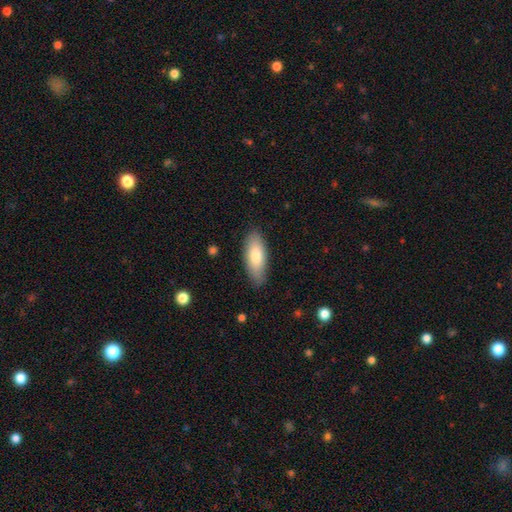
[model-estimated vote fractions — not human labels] The model was most divided on "how rounded": in between: 74%, cigar-shaped: 24%, round: 2%. More confident: merging — none (84%); smooth or featured — smooth (78%).